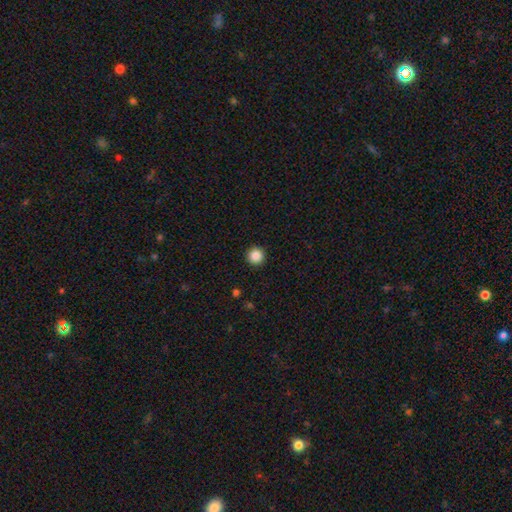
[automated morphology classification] smooth-or-featured: smooth: 87% | star or artifact: 10% | featured or disk: 3%
  how-rounded: round: 96% | in between: 3% | cigar-shaped: 1%
  merging: none: 93% | minor disturbance: 4% | major disturbance: 2% | merger: 1%